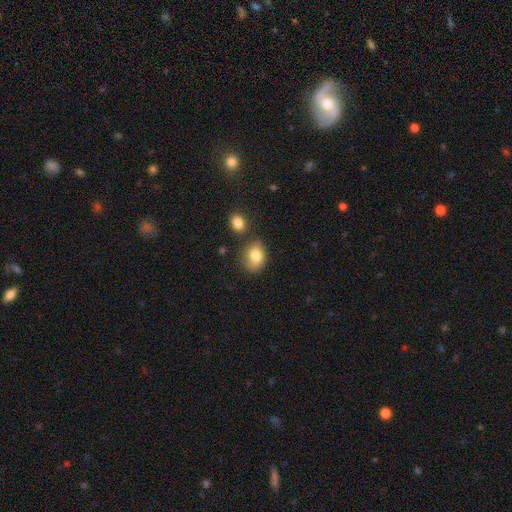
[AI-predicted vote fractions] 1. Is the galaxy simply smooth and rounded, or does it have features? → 81% smooth, 11% featured or disk, 9% star or artifact.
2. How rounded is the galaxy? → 59% in between, 40% round, 1% cigar-shaped.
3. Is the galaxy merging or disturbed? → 66% none, 20% minor disturbance, 9% merger, 5% major disturbance.